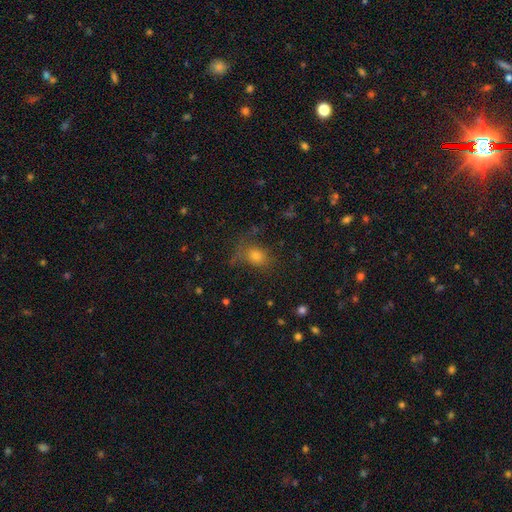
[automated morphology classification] smooth-or-featured: smooth: 69% | star or artifact: 20% | featured or disk: 10%
  how-rounded: round: 59% | in between: 40% | cigar-shaped: 2%
  merging: none: 63% | minor disturbance: 21% | major disturbance: 13% | merger: 3%